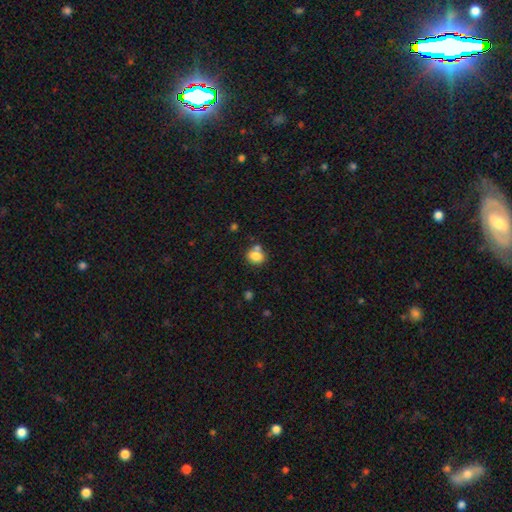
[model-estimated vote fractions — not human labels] smooth 81%, star or artifact 10%, featured or disk 9%. Down the decision tree: how rounded — round (63%); merging — none (59%).